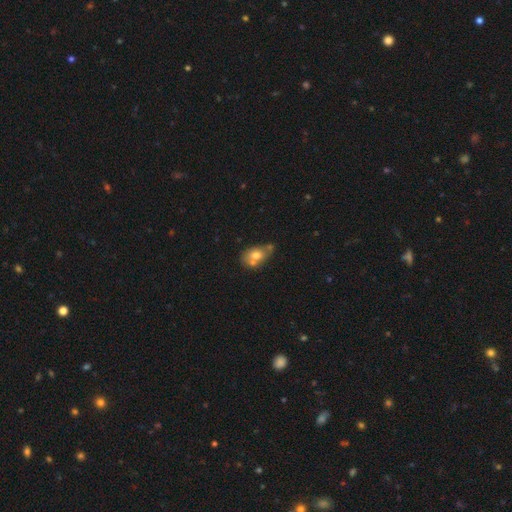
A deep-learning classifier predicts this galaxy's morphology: type=smooth (67%); roundness=in between (75%); merging=merger (37%).